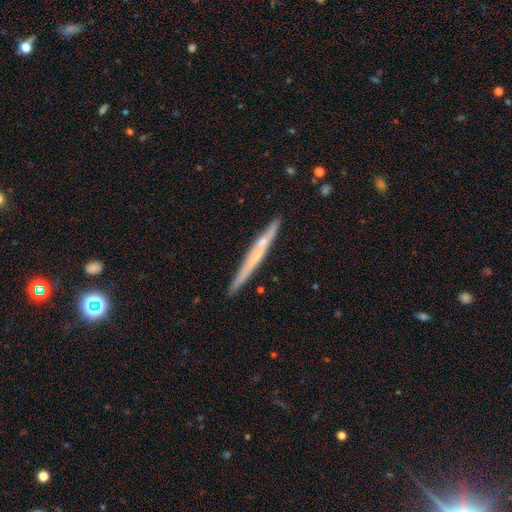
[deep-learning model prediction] Smooth or featured? Predicted: featured or disk (p=0.59). Edge-on disk? Predicted: yes (p=0.96). Edge-on bulge? Predicted: none (p=0.67). Merging? Predicted: none (p=0.87).